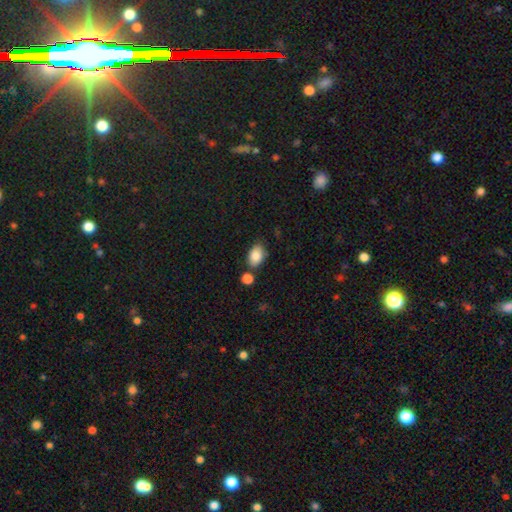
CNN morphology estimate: Overall: smooth (86%). How rounded: in between (87%). Merging: none (69%).